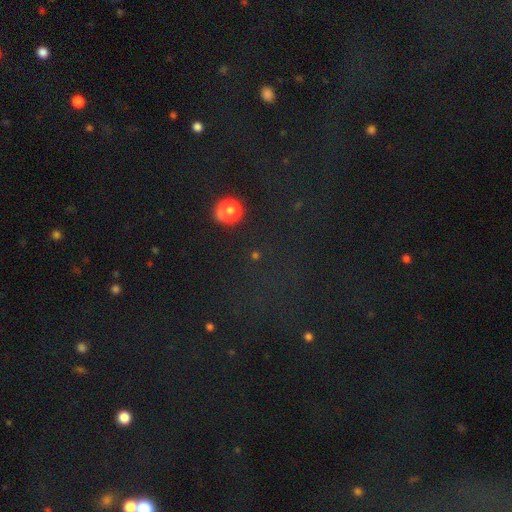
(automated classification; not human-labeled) A smooth galaxy with no disk features (47%). Merging: none (83%).